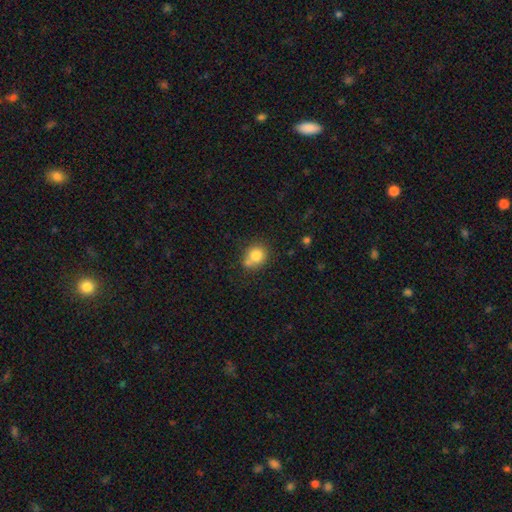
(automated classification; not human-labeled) Smooth or featured: smooth — 80% (star or artifact — 10%)
How rounded: round — 77% (in between — 22%)
Merging: none — 57% (merger — 23%)